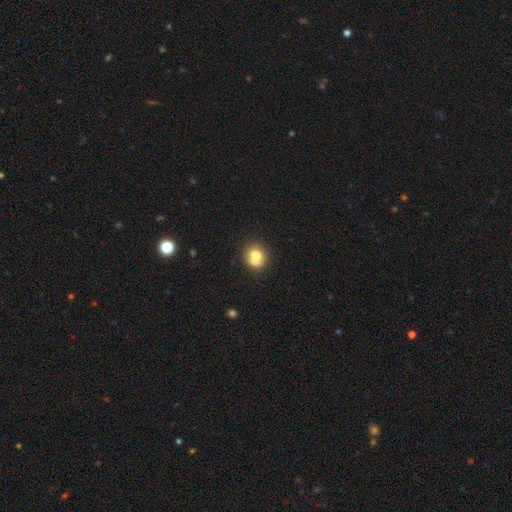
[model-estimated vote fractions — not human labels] A smooth galaxy with no disk features (70%) that is round (82%). Merging: none (51%).